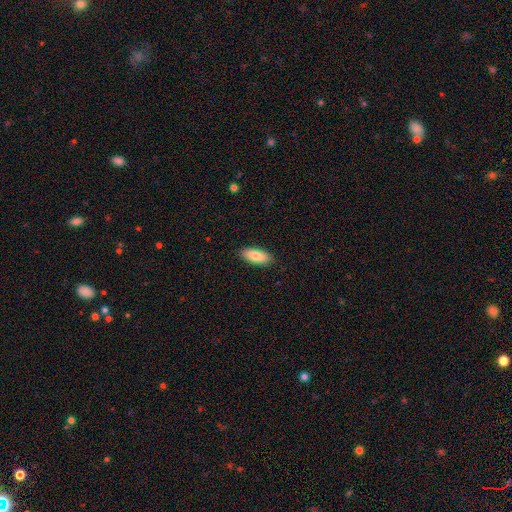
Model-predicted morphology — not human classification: This appears to be a smooth galaxy with no disk features (84%) that is in between round and cigar-shaped (81%). Merging: none (89%).